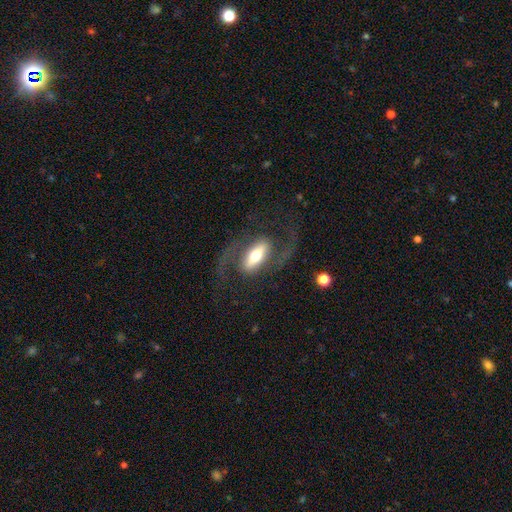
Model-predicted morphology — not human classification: This appears to be a featured or disk galaxy (76%) with a strong bar (58%), 2 (90%) loose (55%) spiral arms (89%) and a moderate central bulge (56%). Merging: none (67%).